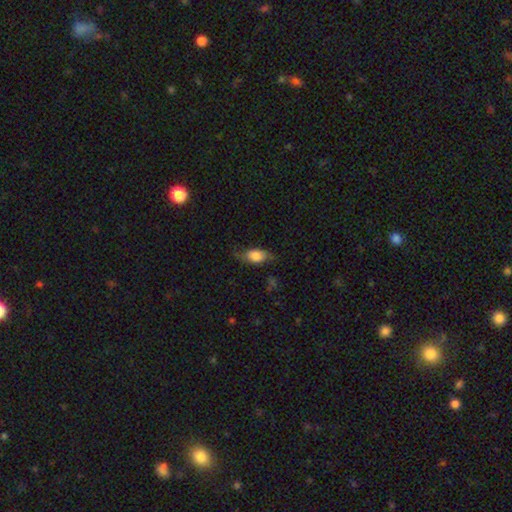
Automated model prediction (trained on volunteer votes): This is possibly a smooth galaxy (60%). How rounded: clearly in between (82%). Merging: possibly none (58%).